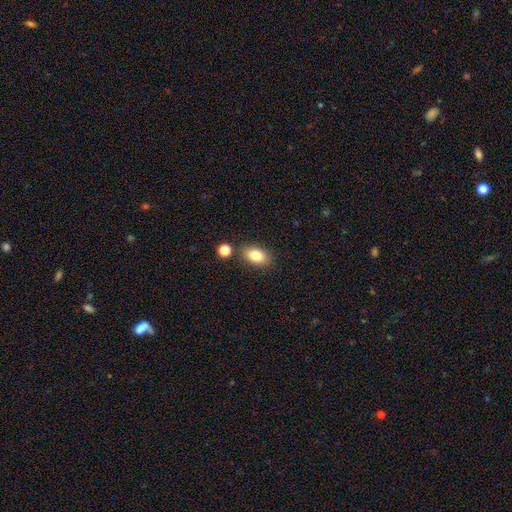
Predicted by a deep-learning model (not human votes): Morphology: type=smooth (83%); roundness=in between (87%); merging=none (80%).